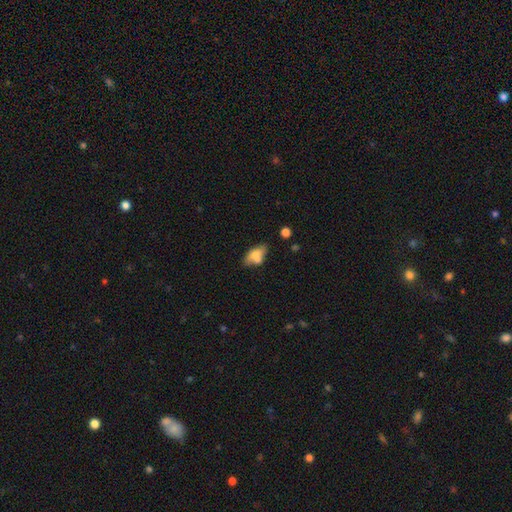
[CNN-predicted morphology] Smooth or featured? Predicted: smooth (p=0.64). How rounded? Predicted: in between (p=0.82). Merging? Predicted: none (p=0.43).